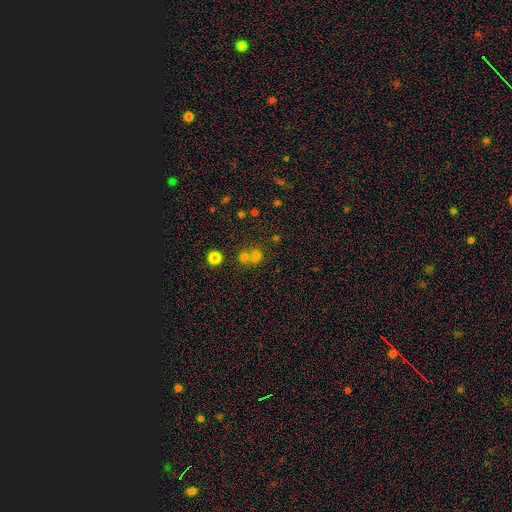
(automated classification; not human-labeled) Smooth or featured: smooth — 65% (star or artifact — 21%)
How rounded: round — 75% (in between — 24%)
Merging: merger — 52% (none — 37%)